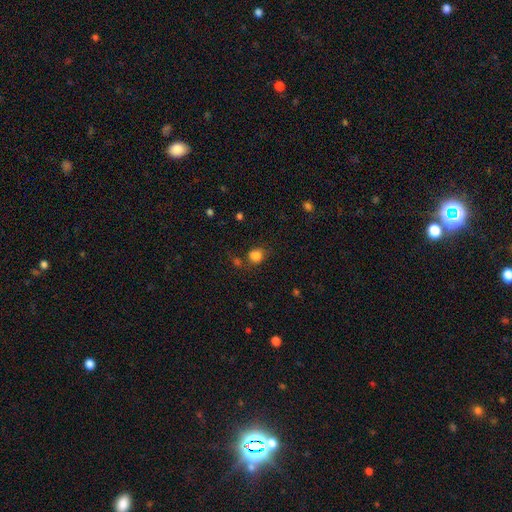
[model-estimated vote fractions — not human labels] Q: Smooth or featured?
A: smooth (82%); runner-up: star or artifact (13%)
Q: How rounded?
A: round (68%); runner-up: in between (31%)
Q: Merging?
A: none (62%); runner-up: minor disturbance (19%)